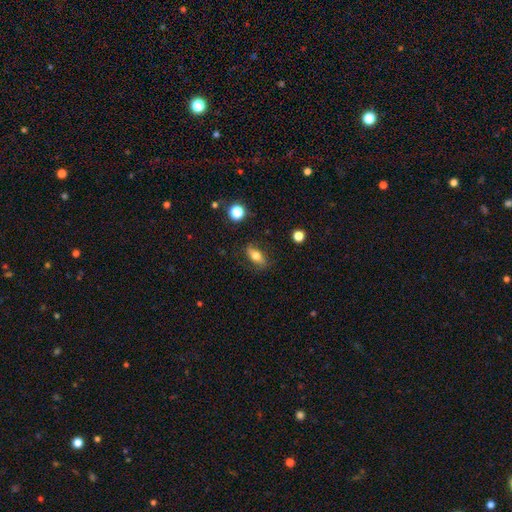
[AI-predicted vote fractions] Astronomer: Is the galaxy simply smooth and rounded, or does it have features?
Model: smooth — 71%.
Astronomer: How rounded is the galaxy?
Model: in between — 75%.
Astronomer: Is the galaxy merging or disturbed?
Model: none — 82%.